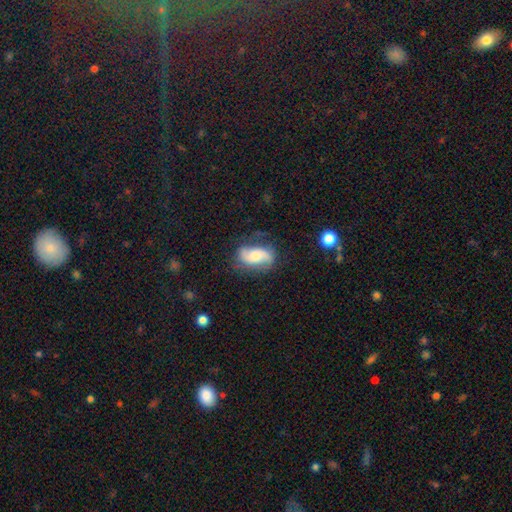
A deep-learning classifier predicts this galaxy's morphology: Smooth or featured: featured or disk — 58% (smooth — 34%)
Edge-on disk: no — 94% (yes — 6%)
Bar: no — 57% (weak — 31%)
Spiral arms: yes — 88% (no — 12%)
Bulge size: moderate — 48% (small — 28%)
Merging: none — 66% (minor disturbance — 22%)